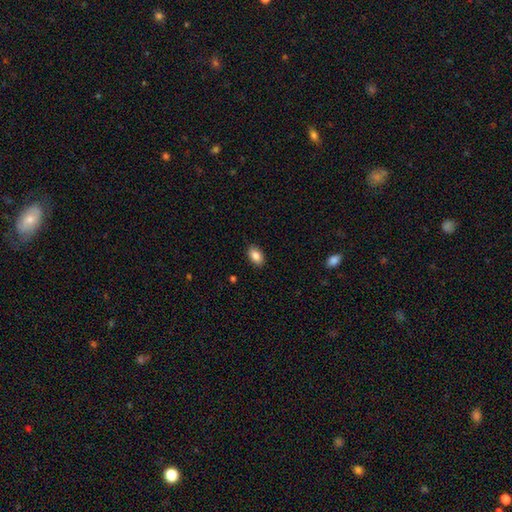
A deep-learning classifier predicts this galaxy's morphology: This is clearly a smooth galaxy (86%). How rounded: clearly in between (90%). Merging: clearly none (88%).